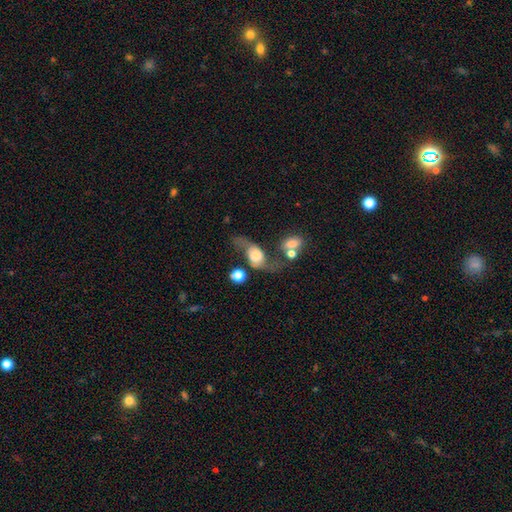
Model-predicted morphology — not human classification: Overall: featured or disk (58%; smooth 34%). Edge-on disk: no (84%). Merging: none (42%; major disturbance 23%).